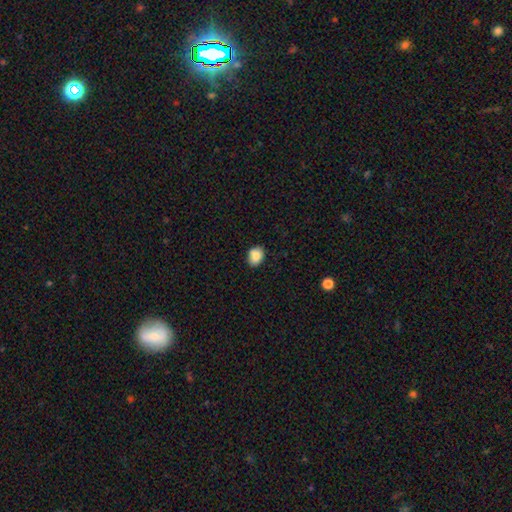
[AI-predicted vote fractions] A smooth galaxy with no disk features (84%) that is in between round and cigar-shaped (67%). Merging: none (77%).